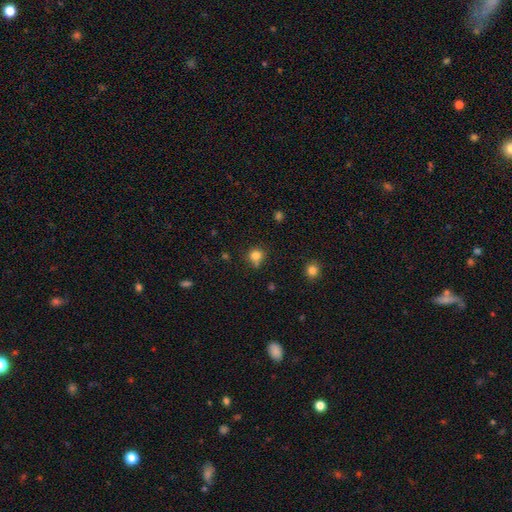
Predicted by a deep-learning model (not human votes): smooth_or_featured: smooth (p=0.81) [alt: star or artifact p=0.13]
how_rounded: round (p=0.88) [alt: in between p=0.11]
merging: none (p=0.70) [alt: minor disturbance p=0.15]